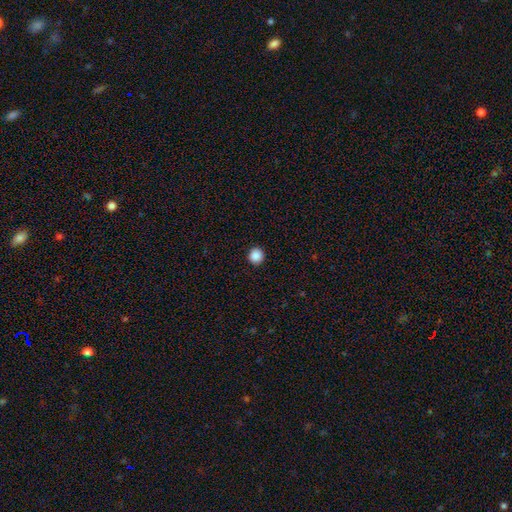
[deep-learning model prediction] smooth-or-featured: smooth: 88% | star or artifact: 9% | featured or disk: 2%
  how-rounded: round: 93% | in between: 6% | cigar-shaped: 1%
  merging: none: 93% | minor disturbance: 5% | major disturbance: 2% | merger: 1%